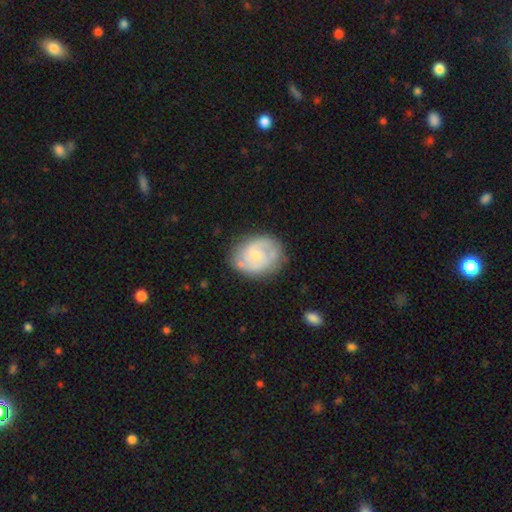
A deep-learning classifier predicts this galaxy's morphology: smooth-or-featured: featured or disk: 67% | smooth: 27% | star or artifact: 6%
  disk-edge-on: no: 98% | yes: 2%
    bar: no: 65% | weak: 31% | strong: 4%
    has-spiral-arms: yes: 84% | no: 16%
      spiral-winding: tight: 44% | medium: 41% | loose: 15%
      spiral-arm-count: 2: 64% | can't tell: 20% | 3: 6% | 1: 6% | 4: 2% | more than 4: 2%
    bulge-size: small: 65% | moderate: 26% | none: 6% | large: 2% | dominant: 1%
  merging: none: 72% | minor disturbance: 18% | major disturbance: 6% | merger: 3%